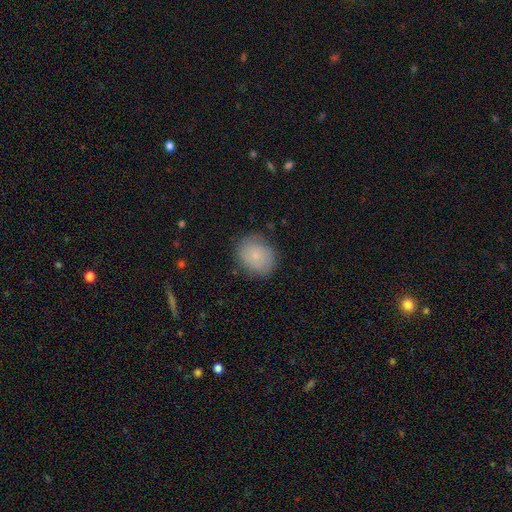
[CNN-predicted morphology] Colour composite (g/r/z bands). It shows a smooth galaxy with no disk features (78%) that is round (63%). Merging: none (80%).